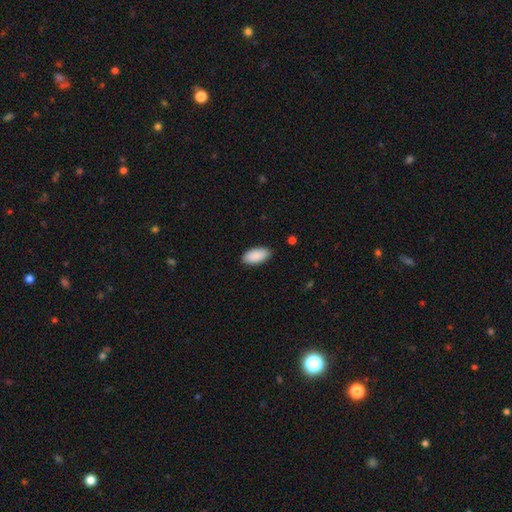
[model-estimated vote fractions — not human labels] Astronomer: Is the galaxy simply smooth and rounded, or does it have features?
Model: smooth — 91%.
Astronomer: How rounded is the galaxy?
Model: in between — 94%.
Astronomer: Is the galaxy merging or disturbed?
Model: none — 89%.